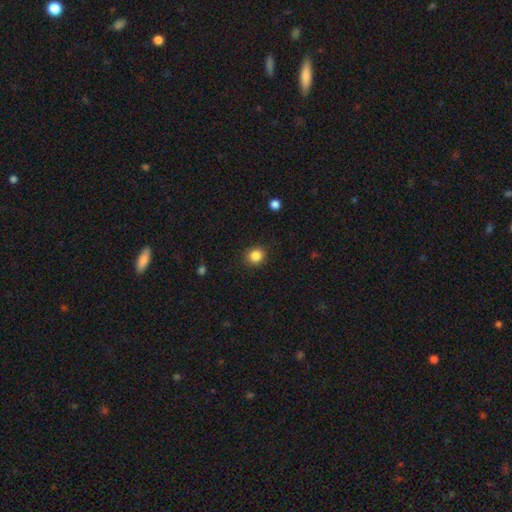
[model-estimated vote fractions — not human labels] smooth 86%, star or artifact 11%, featured or disk 4%. Down the decision tree: how rounded — round (86%); merging — none (89%).